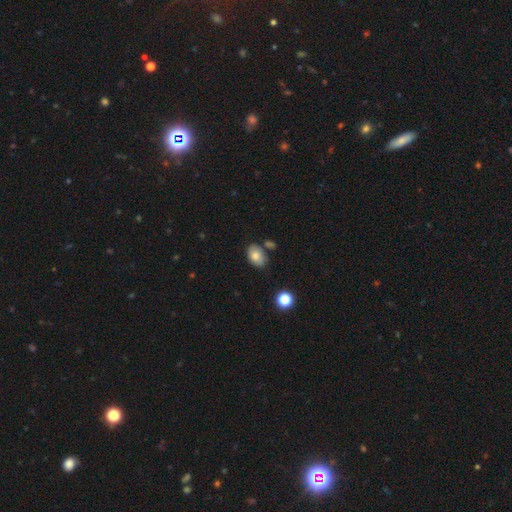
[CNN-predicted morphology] type=smooth (78%); roundness=in between (83%); merging=none (73%).